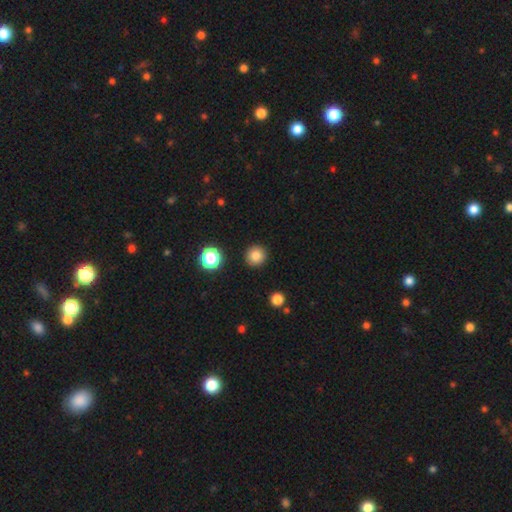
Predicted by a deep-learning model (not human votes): The model was most divided on "smooth or featured": smooth: 83%, star or artifact: 12%, featured or disk: 5%. More confident: how rounded — round (95%); merging — none (91%).